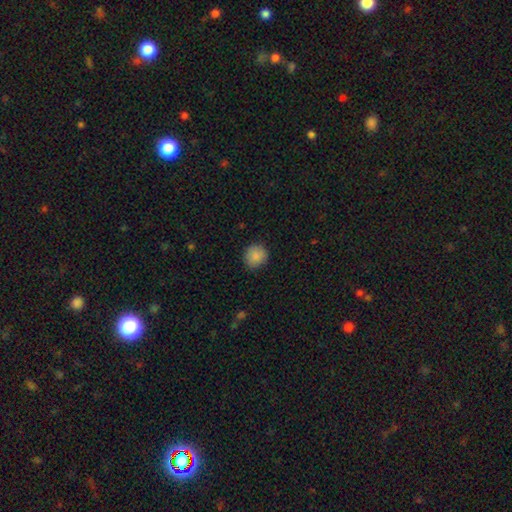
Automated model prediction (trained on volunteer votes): Morphology: type=smooth (88%); roundness=round (88%); merging=none (87%).